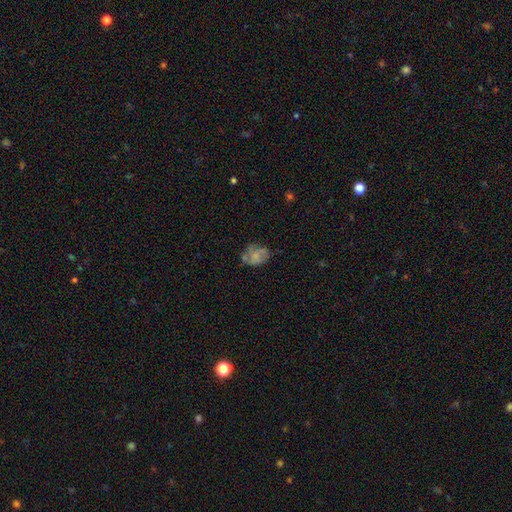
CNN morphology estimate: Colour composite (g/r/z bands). It shows a smooth galaxy with no disk features (46%). Merging: none (49%).